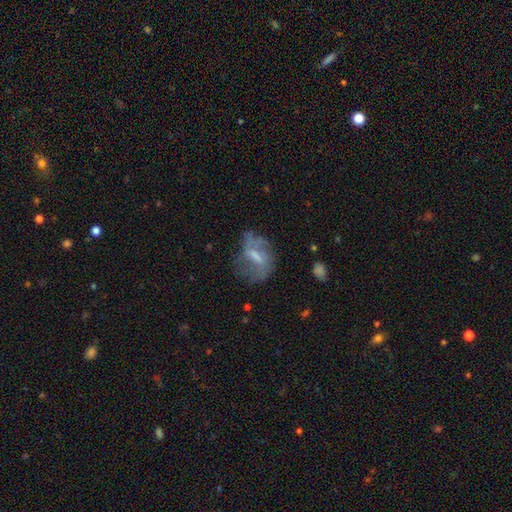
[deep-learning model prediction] featured or disk 60%, smooth 30%, star or artifact 11%. Down the decision tree: edge-on disk — no (94%); bar — weak (50%); spiral arms — yes (62%); bulge size — moderate (38%); merging — none (50%).